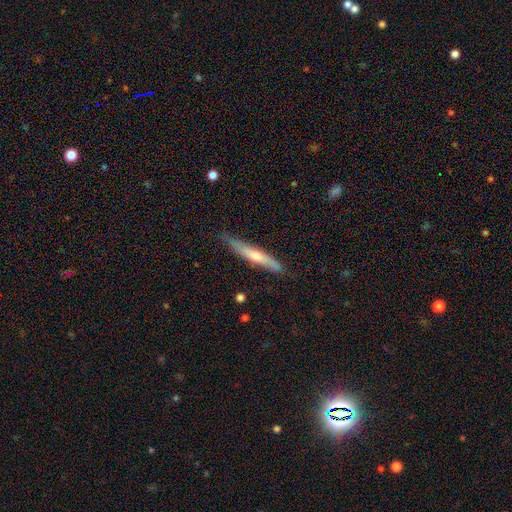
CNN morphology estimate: Smooth or featured? featured or disk (48%)
Merging? none (75%)